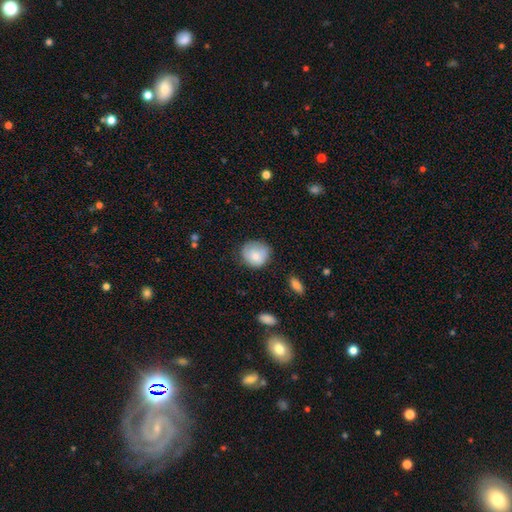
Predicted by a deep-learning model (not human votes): This is likely a smooth galaxy (77%). How rounded: clearly round (82%). Merging: likely none (66%).